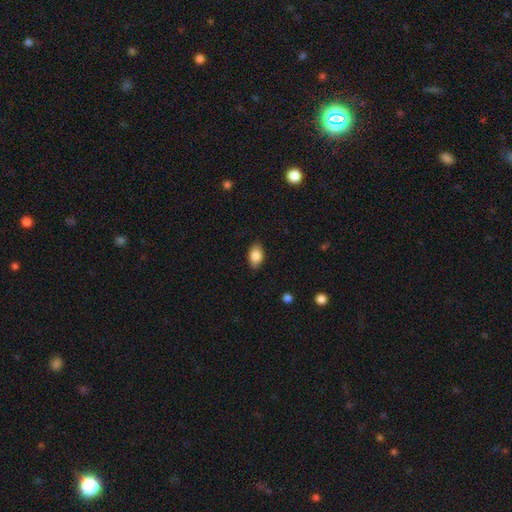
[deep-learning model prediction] Smooth or featured? smooth (86%)
How rounded? in between (89%)
Merging? none (85%)